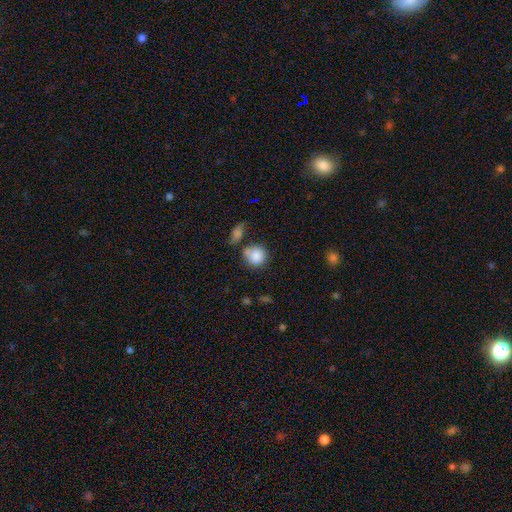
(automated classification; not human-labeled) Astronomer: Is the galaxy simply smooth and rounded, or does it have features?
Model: smooth — 85%.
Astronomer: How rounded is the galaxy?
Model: round — 86%.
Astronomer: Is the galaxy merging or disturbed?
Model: none — 56%.